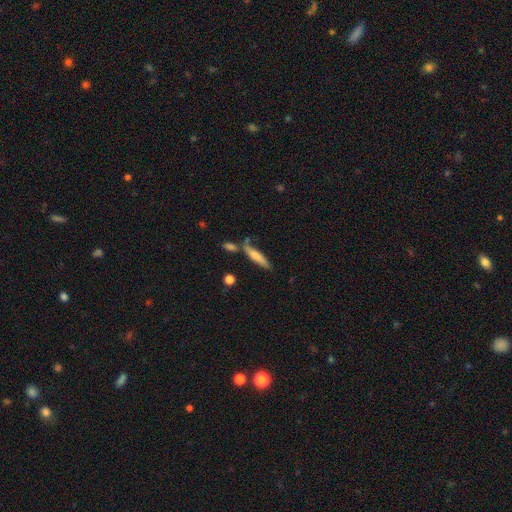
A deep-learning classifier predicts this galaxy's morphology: A smooth galaxy with no disk features (68%) that is cigar-shaped (81%).

Vote fractions:
- Smooth or featured? smooth: 68% / featured or disk: 25% / star or artifact: 7%
- How rounded? cigar-shaped: 81% / in between: 17% / round: 2%
- Merging? none: 59% / merger: 19% / minor disturbance: 17% / major disturbance: 5%